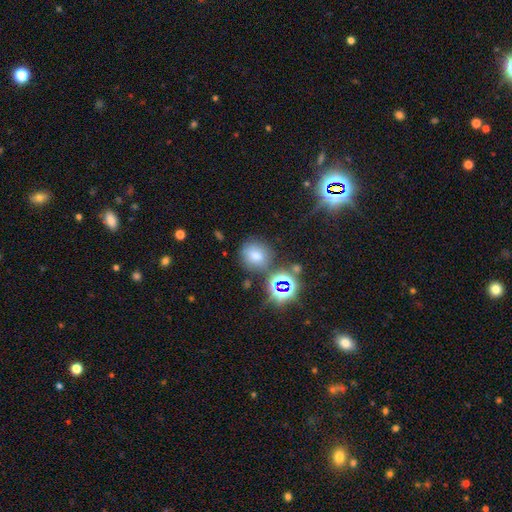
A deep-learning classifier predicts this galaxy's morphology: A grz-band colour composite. It shows a smooth galaxy with no disk features (57%) that is round (84%). Merging: none (78%).